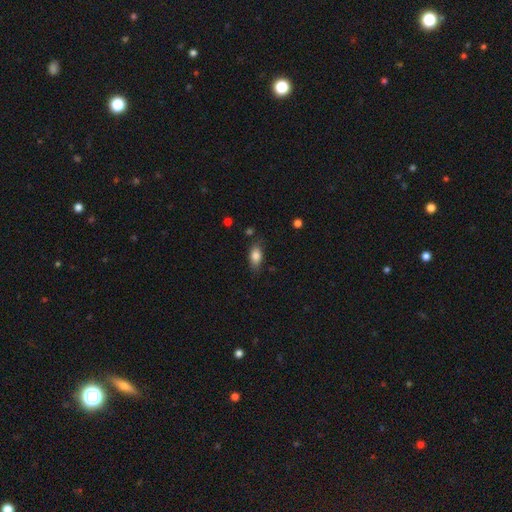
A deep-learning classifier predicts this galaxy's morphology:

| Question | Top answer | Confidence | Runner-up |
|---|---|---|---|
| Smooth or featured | smooth | 82% | featured or disk (10%) |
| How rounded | in between | 87% | cigar-shaped (7%) |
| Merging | none | 76% | minor disturbance (18%) |